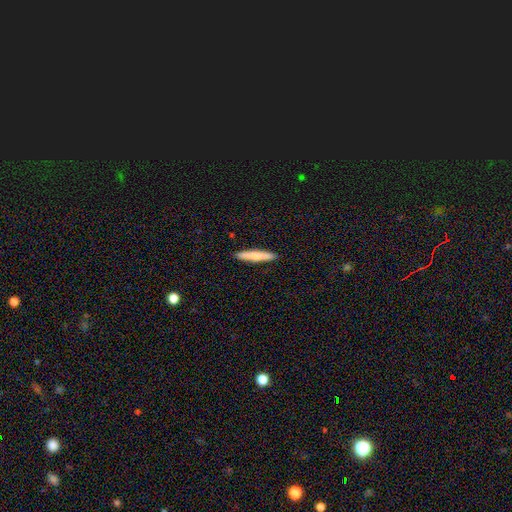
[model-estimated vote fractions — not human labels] A smooth galaxy with no disk features (73%) that is cigar-shaped (94%). Merging: none (92%).